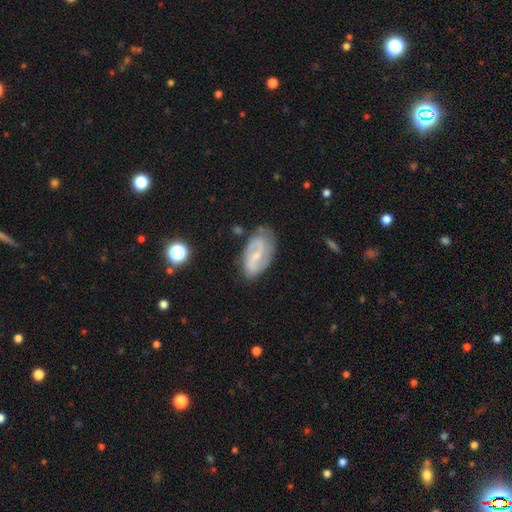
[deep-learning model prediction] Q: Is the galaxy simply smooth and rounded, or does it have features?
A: featured or disk — 75%.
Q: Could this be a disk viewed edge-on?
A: no — 96%.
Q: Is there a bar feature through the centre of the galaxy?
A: weak — 49%.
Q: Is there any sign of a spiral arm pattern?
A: yes — 91%.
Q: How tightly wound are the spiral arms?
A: medium — 45%.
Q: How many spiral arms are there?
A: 2 — 83%.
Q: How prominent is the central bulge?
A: small — 60%.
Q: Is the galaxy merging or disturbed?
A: none — 73%.